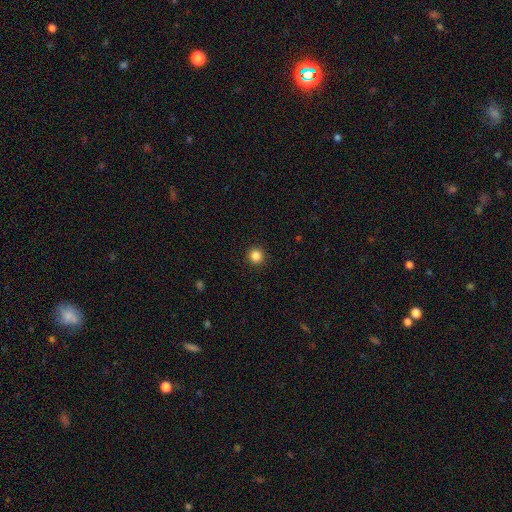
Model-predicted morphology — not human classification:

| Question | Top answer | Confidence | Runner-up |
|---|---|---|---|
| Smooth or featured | smooth | 86% | star or artifact (11%) |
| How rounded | round | 95% | in between (4%) |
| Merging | none | 93% | minor disturbance (4%) |